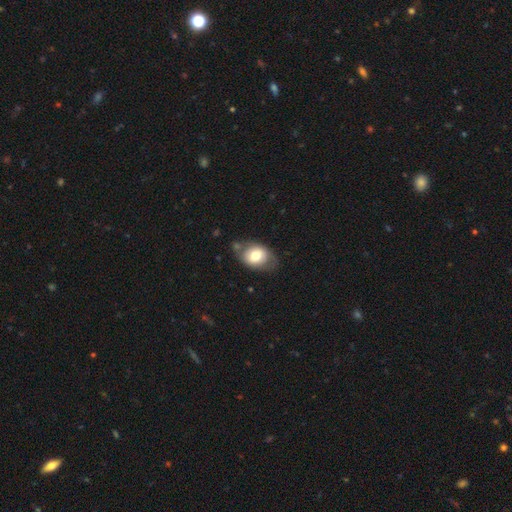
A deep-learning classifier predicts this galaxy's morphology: Q: Smooth or featured?
A: smooth (70%); runner-up: featured or disk (23%)
Q: How rounded?
A: in between (69%); runner-up: round (29%)
Q: Merging?
A: none (60%); runner-up: minor disturbance (27%)